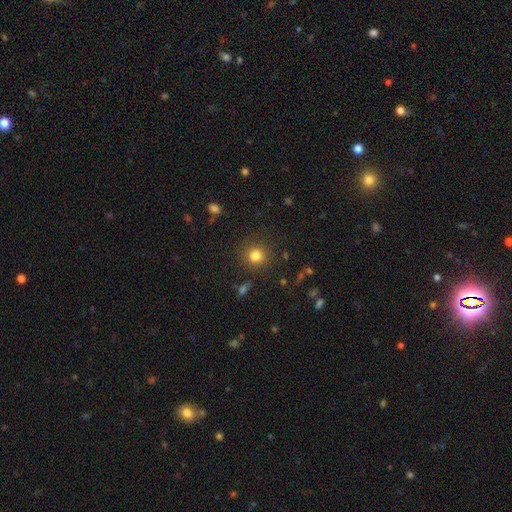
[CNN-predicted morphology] Smooth or featured: smooth — 81% (star or artifact — 13%)
How rounded: round — 90% (in between — 9%)
Merging: none — 87% (minor disturbance — 8%)